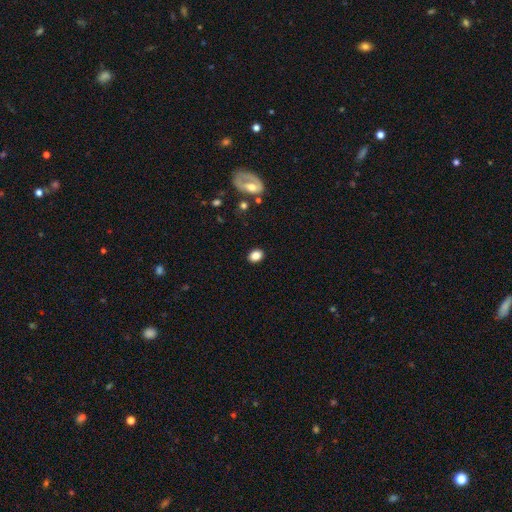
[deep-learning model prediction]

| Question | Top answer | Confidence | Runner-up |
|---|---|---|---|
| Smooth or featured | smooth | 86% | star or artifact (9%) |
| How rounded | in between | 61% | round (38%) |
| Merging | none | 89% | minor disturbance (7%) |